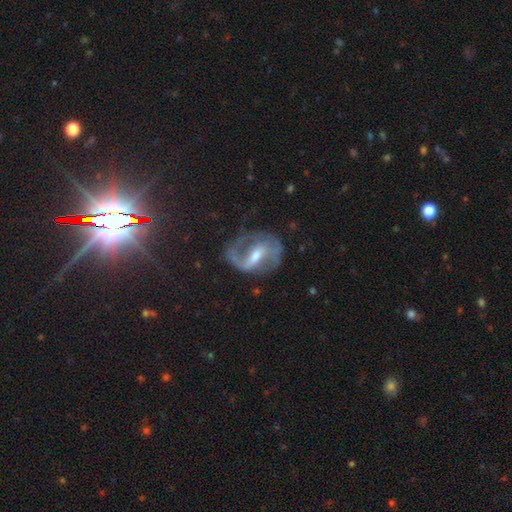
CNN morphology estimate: type=featured or disk (82%); edge-on=no (96%); bar=weak (43%); spiral arms=yes (89%); winding=medium (46%); arm count=2 (69%); bulge=moderate (56%); merging=none (58%).